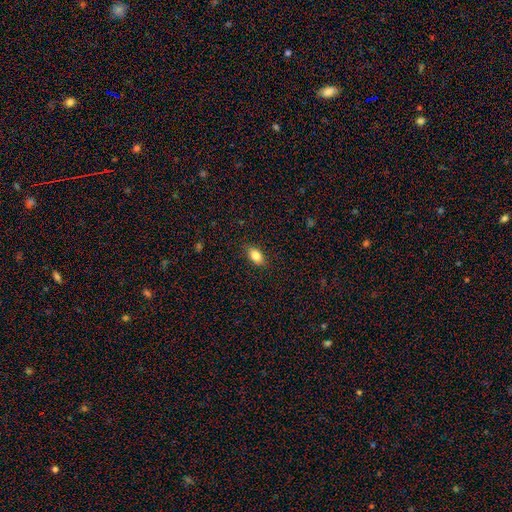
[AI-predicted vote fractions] smooth_or_featured: smooth (p=0.84) [alt: star or artifact p=0.08]
how_rounded: in between (p=0.87) [alt: round p=0.10]
merging: none (p=0.86) [alt: minor disturbance p=0.10]